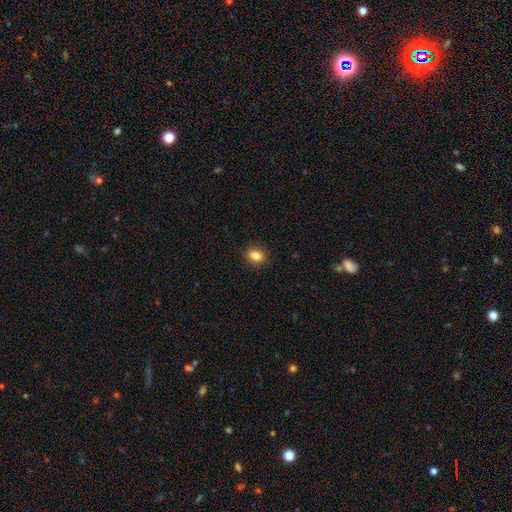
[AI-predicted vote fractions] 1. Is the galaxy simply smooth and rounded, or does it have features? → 85% smooth, 10% star or artifact, 5% featured or disk.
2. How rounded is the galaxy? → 53% round, 46% in between, 1% cigar-shaped.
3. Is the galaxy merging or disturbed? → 90% none, 7% minor disturbance, 2% major disturbance, 1% merger.